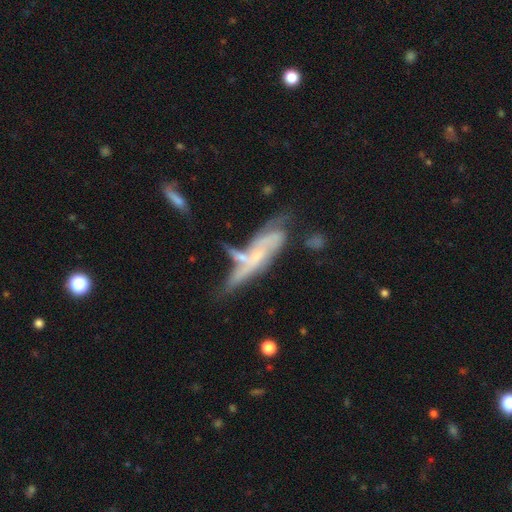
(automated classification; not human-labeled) smooth-or-featured: featured or disk: 68% | smooth: 24% | star or artifact: 8%
  disk-edge-on: no: 57% | yes: 43%
  merging: none: 37% | merger: 29% | minor disturbance: 20% | major disturbance: 14%